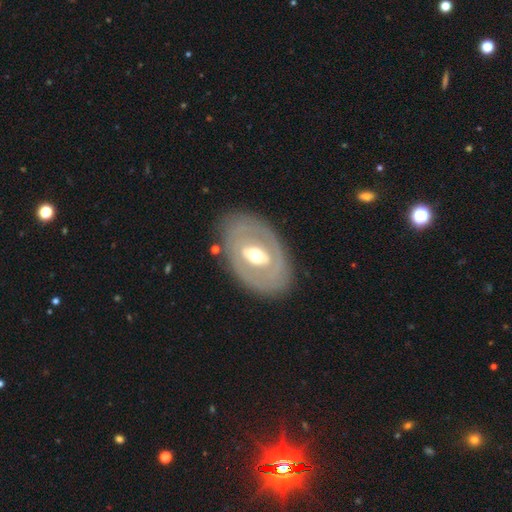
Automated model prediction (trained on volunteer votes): Smooth or featured?
  - featured or disk: 69% *
  - smooth: 26%
  - star or artifact: 5%
Edge-on disk?
  - no: 92% *
  - yes: 8%
Bar?
  - weak: 38% *
  - no: 35%
  - strong: 27%
Spiral arms?
  - no: 67% *
  - yes: 33%
Bulge size?
  - moderate: 70% *
  - small: 17%
  - large: 11%
  - dominant: 1%
  - none: 1%
Merging?
  - none: 81% *
  - minor disturbance: 13%
  - major disturbance: 5%
  - merger: 2%